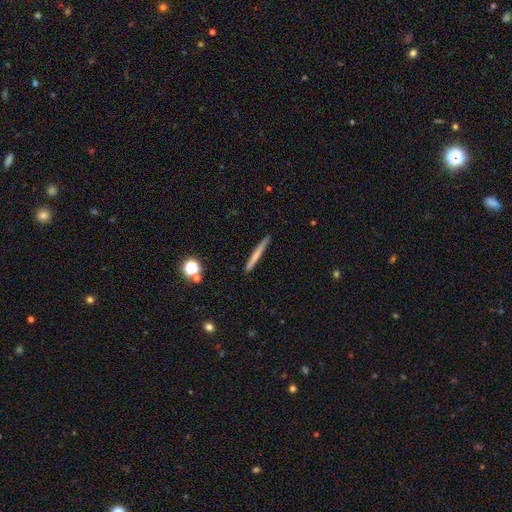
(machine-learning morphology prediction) This appears to be a smooth galaxy with no disk features (62%) that is cigar-shaped (96%). Merging: none (89%).